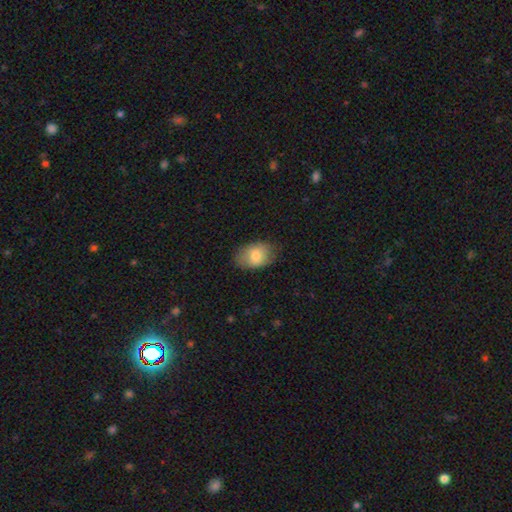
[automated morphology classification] smooth-or-featured: smooth: 77% | featured or disk: 16% | star or artifact: 7%
  how-rounded: in between: 86% | round: 13% | cigar-shaped: 1%
  merging: none: 77% | minor disturbance: 18% | major disturbance: 4% | merger: 1%